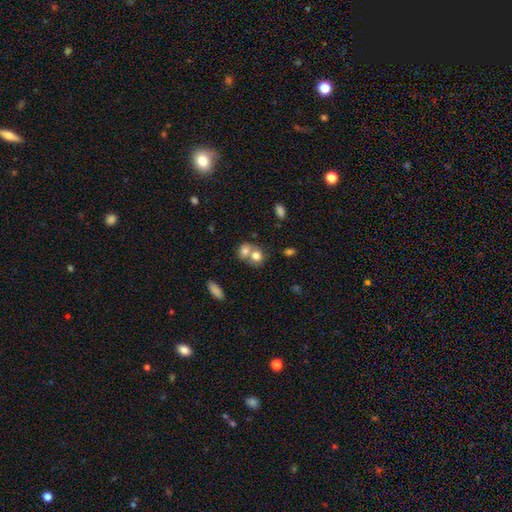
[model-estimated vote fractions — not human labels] smooth_or_featured: smooth (p=0.73) [alt: featured or disk p=0.17]
how_rounded: round (p=0.64) [alt: in between p=0.35]
merging: merger (p=0.61) [alt: none p=0.28]